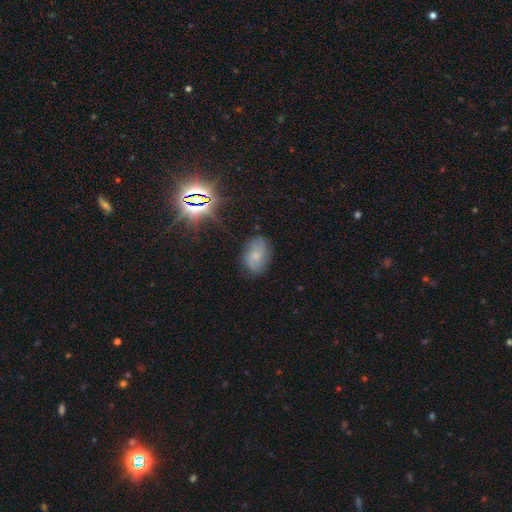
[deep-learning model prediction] featured or disk 42% (tied), smooth 42% (tied), star or artifact 16%. Down the decision tree: merging — none (73%).